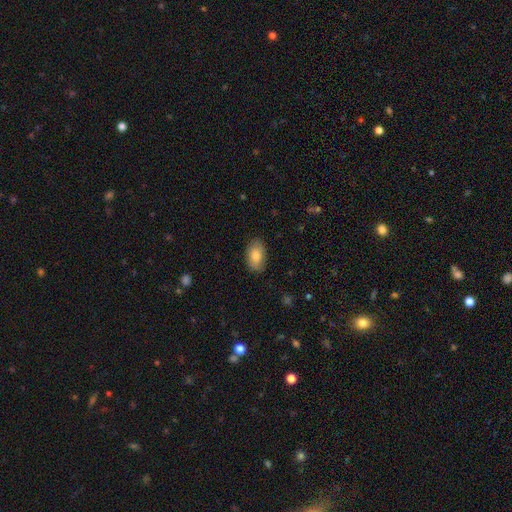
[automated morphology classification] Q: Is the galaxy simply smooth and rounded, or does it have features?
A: smooth — 78%.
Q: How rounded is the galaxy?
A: in between — 92%.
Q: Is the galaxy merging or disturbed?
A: none — 84%.